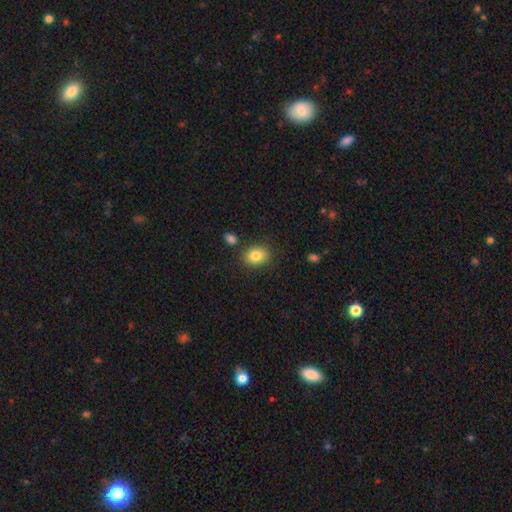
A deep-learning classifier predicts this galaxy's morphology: Smooth or featured? Predicted: smooth (p=0.84). How rounded? Predicted: in between (p=0.63). Merging? Predicted: none (p=0.83).